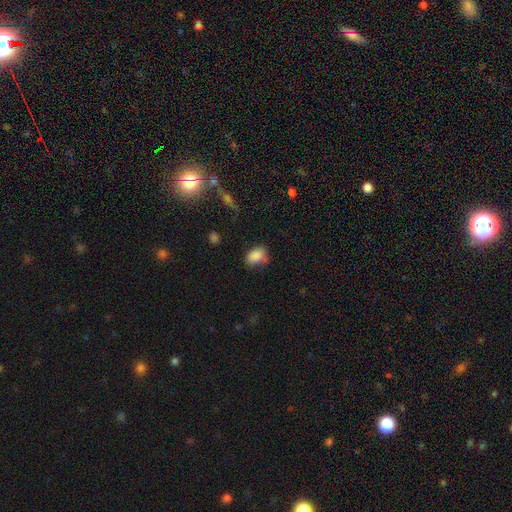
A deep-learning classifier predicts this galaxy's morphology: The model was most divided on "merging": none: 62%, minor disturbance: 28%, major disturbance: 6%, merger: 4%. More confident: smooth or featured — smooth (85%); how rounded — in between (83%).